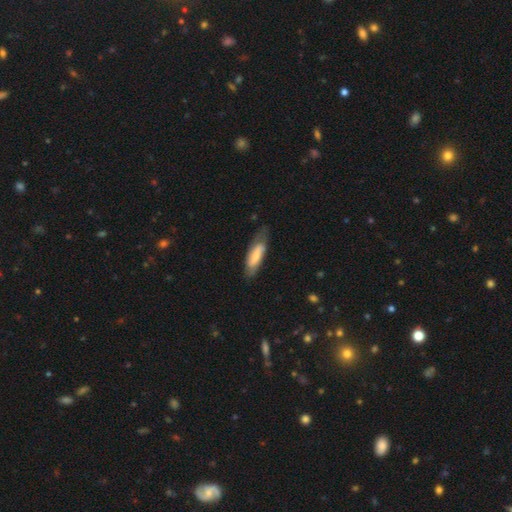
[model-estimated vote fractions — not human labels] A smooth galaxy with no disk features (62%) that is in between round and cigar-shaped (53%).

Vote fractions:
- Smooth or featured? smooth: 62% / featured or disk: 32% / star or artifact: 6%
- How rounded? in between: 53% / cigar-shaped: 45% / round: 2%
- Merging? none: 60% / minor disturbance: 28% / major disturbance: 10% / merger: 2%